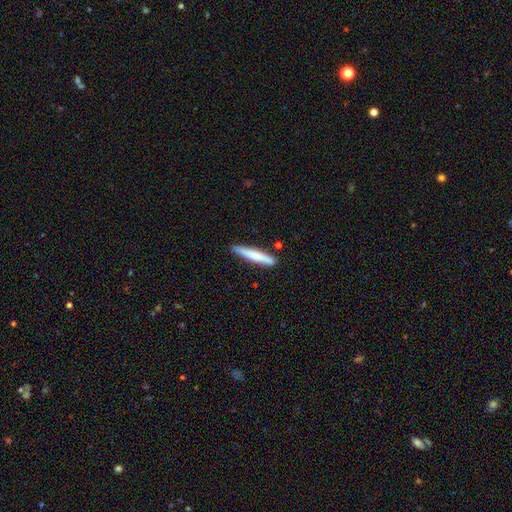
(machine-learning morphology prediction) Smooth or featured: smooth — 68% (featured or disk — 27%)
How rounded: cigar-shaped — 94% (in between — 5%)
Merging: none — 85% (minor disturbance — 11%)